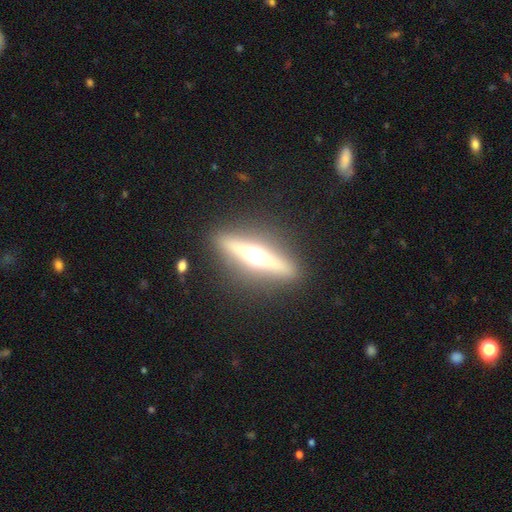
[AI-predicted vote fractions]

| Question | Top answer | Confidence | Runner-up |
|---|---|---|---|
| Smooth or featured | featured or disk | 71% | smooth (21%) |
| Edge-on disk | yes | 93% | no (7%) |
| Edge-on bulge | rounded | 96% | boxy (3%) |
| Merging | none | 89% | minor disturbance (7%) |